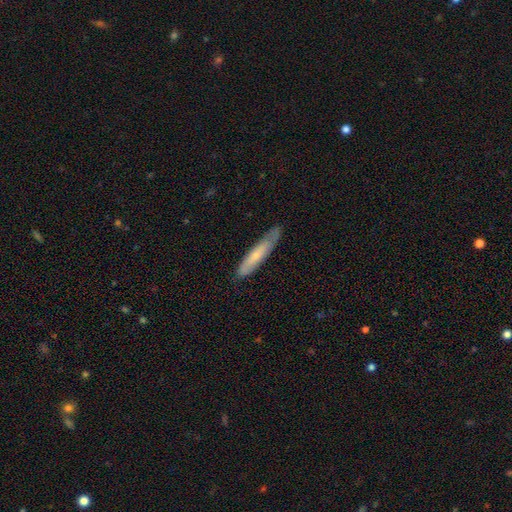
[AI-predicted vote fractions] Smooth or featured? smooth (55%)
How rounded? cigar-shaped (85%)
Merging? none (73%)